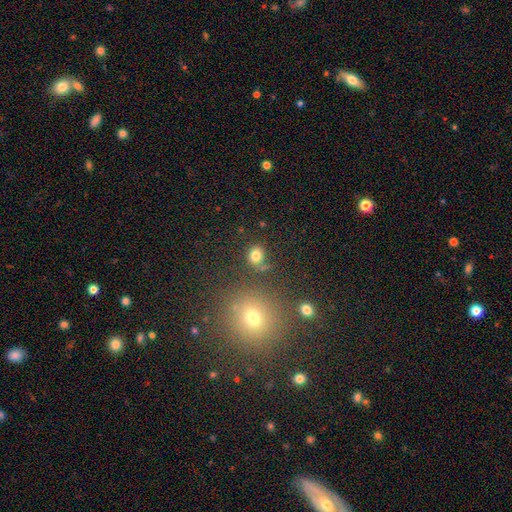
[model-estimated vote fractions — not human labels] The model was most divided on "how rounded": round: 66%, in between: 33%, cigar-shaped: 1%. More confident: smooth or featured — smooth (79%); merging — none (72%).